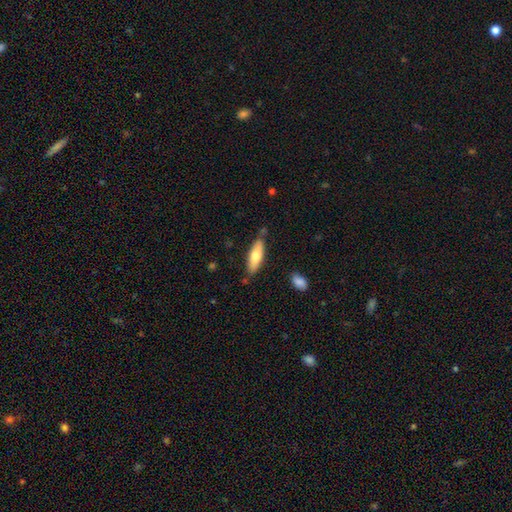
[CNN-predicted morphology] Smooth or featured? Predicted: smooth (p=0.68). How rounded? Predicted: cigar-shaped (p=0.50). Merging? Predicted: none (p=0.78).